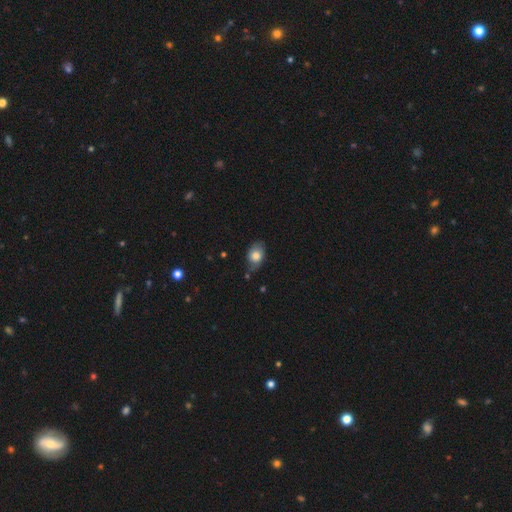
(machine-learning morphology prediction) Smooth or featured? smooth (77%)
How rounded? in between (81%)
Merging? none (63%)